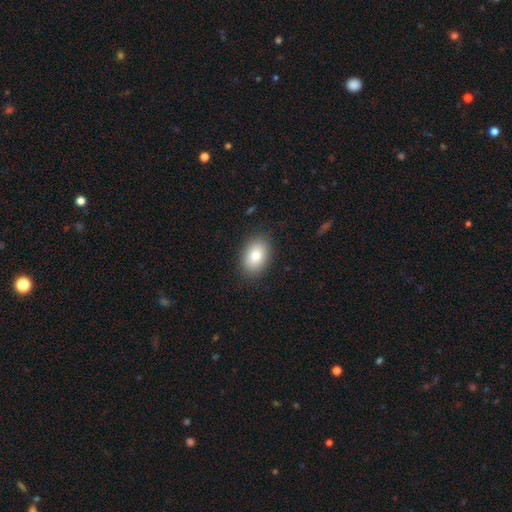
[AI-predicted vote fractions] Morphology: type=smooth (79%); roundness=in between (80%); merging=none (88%).